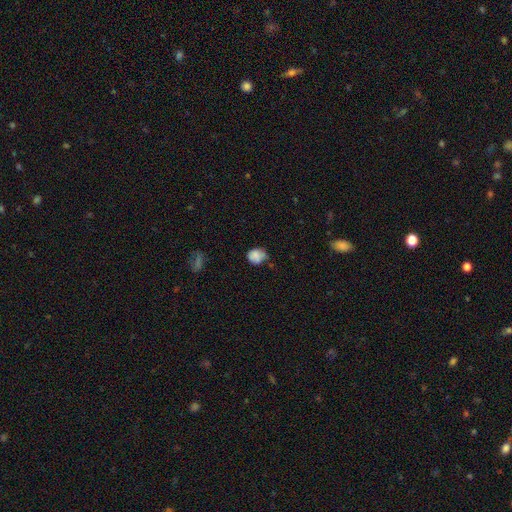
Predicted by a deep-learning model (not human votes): Morphology: type=smooth (77%); roundness=round (64%); merging=none (48%).